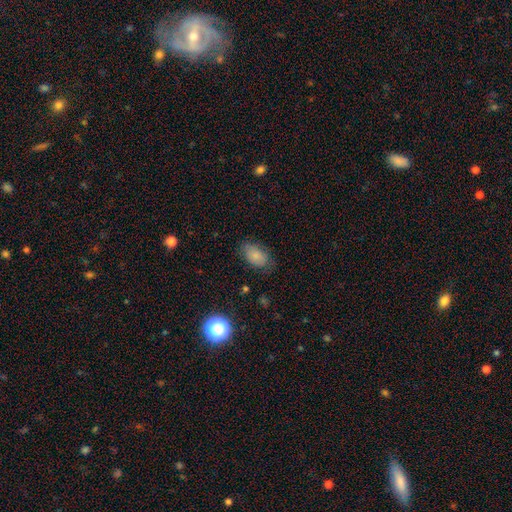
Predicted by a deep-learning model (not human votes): The model was most divided on "merging": none: 73%, minor disturbance: 21%, major disturbance: 6%, merger: 1%. More confident: how rounded — in between (91%); smooth or featured — smooth (82%).